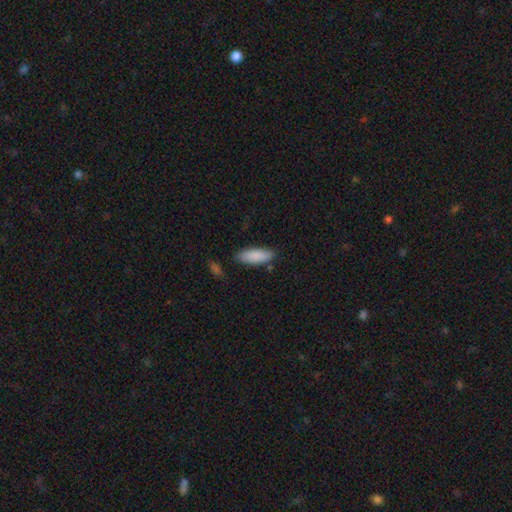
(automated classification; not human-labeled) Q: Smooth or featured?
A: smooth (88%); runner-up: featured or disk (7%)
Q: How rounded?
A: in between (69%); runner-up: cigar-shaped (29%)
Q: Merging?
A: none (80%); runner-up: minor disturbance (14%)